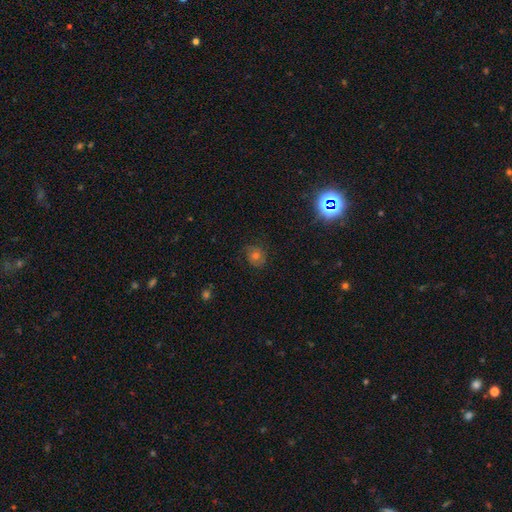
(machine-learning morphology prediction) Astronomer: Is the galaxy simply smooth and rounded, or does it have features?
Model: smooth — 44% (runner-up: star or artifact, 31%).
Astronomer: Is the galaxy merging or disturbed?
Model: none — 79%.